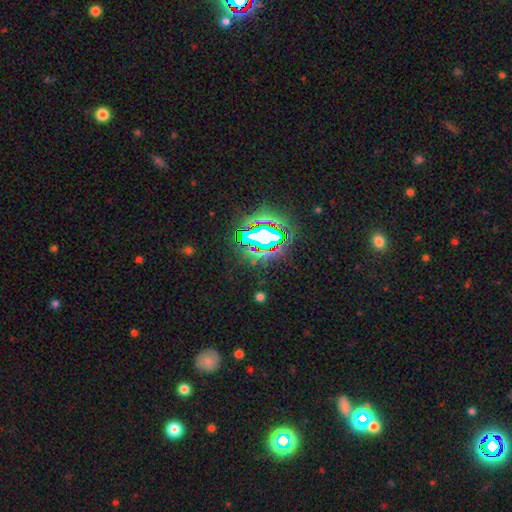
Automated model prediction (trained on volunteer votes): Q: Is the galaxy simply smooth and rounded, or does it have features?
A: star or artifact — 79%.